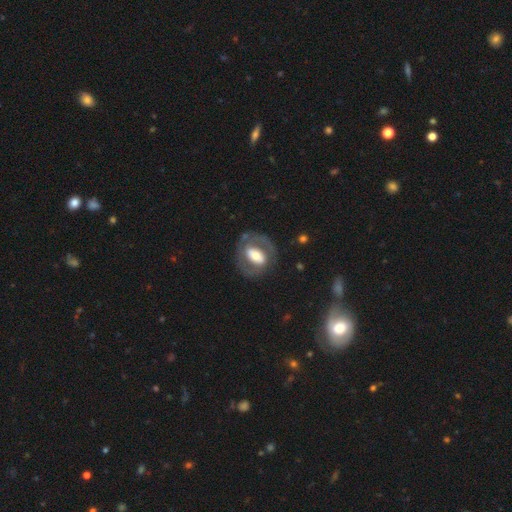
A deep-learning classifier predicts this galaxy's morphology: This is likely a featured or disk galaxy (64%). It is clearly not viewed edge-on (95%). Bar: marginally strong (36%). Spiral arm pattern: possibly no (51%). Central bulge: possibly moderate (50%). Merging: likely none (70%).